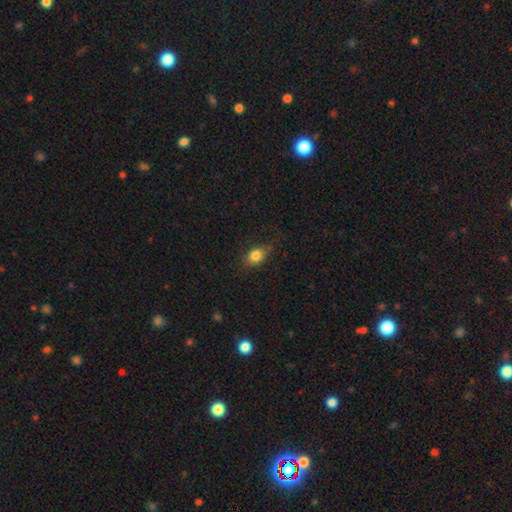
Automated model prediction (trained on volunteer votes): This appears to be a smooth galaxy with no disk features (81%) that is in between round and cigar-shaped (60%). Merging: none (68%).